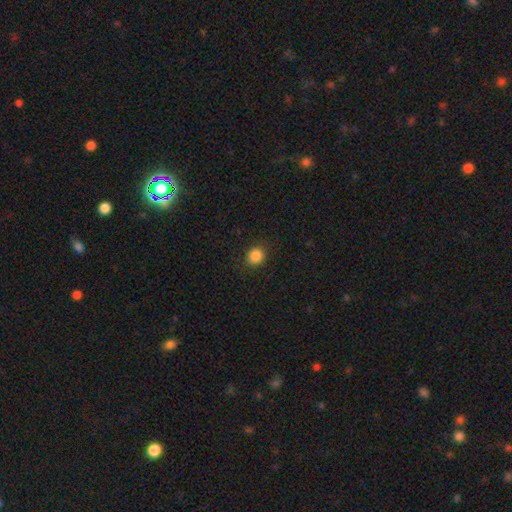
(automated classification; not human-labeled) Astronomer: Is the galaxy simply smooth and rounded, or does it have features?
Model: smooth — 86%.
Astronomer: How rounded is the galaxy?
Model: round — 84%.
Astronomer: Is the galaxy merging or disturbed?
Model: none — 88%.